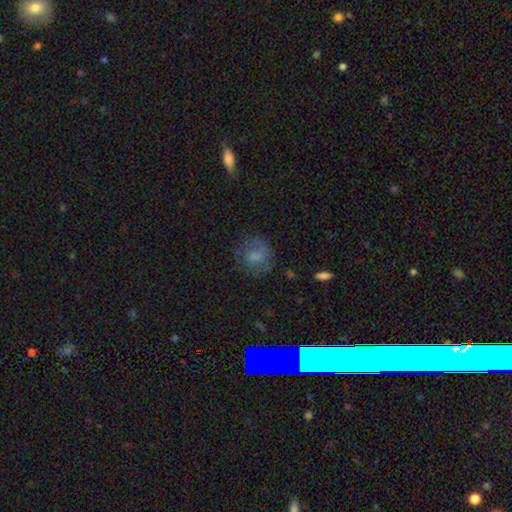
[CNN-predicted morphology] smooth_or_featured: smooth (p=0.62) [alt: featured or disk p=0.25]
how_rounded: round (p=0.72) [alt: in between p=0.27]
merging: none (p=0.63) [alt: minor disturbance p=0.21]